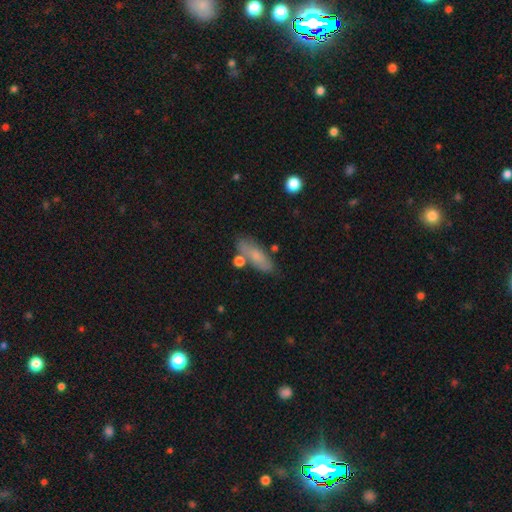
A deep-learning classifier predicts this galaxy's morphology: Smooth or featured: smooth — 73% (featured or disk — 20%)
How rounded: in between — 55% (cigar-shaped — 42%)
Merging: none — 74% (minor disturbance — 15%)